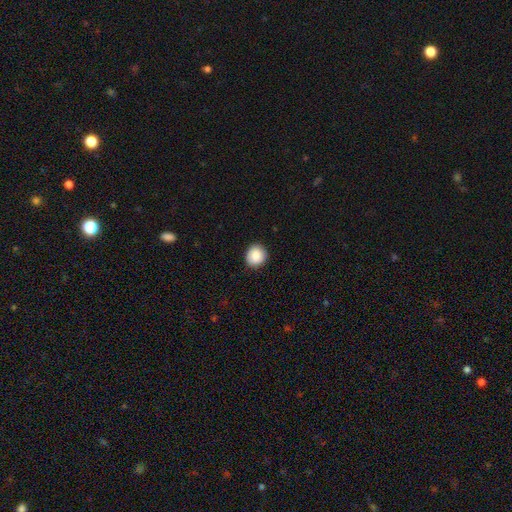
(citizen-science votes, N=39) Morphology: type=smooth (90%); roundness=round (83%); merging=none (81%).